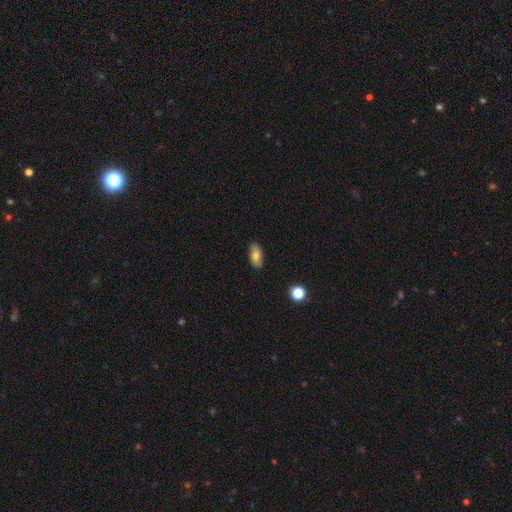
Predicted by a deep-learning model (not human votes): smooth 77%, featured or disk 15%, star or artifact 8%. Down the decision tree: how rounded — in between (90%); merging — none (86%).